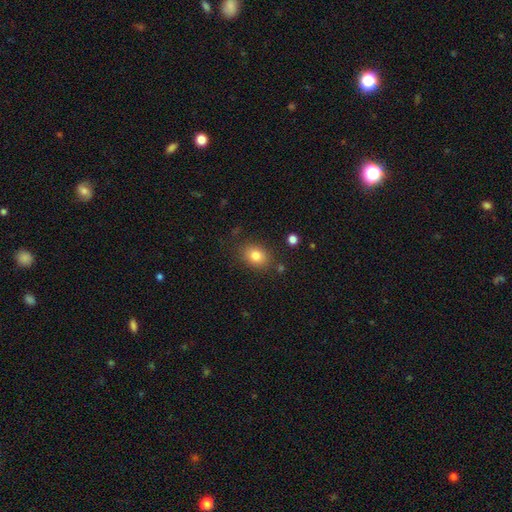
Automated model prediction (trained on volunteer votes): Q: Smooth or featured?
A: smooth (82%); runner-up: star or artifact (10%)
Q: How rounded?
A: in between (64%); runner-up: round (35%)
Q: Merging?
A: none (81%); runner-up: minor disturbance (13%)